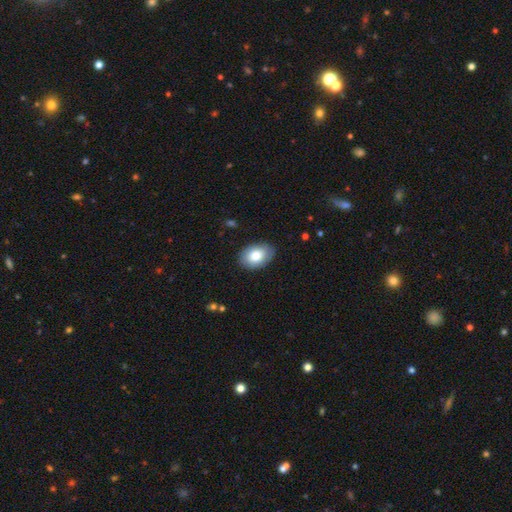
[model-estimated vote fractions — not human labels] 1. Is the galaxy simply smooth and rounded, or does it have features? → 81% smooth, 12% featured or disk, 6% star or artifact.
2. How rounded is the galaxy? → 86% in between, 13% round, 1% cigar-shaped.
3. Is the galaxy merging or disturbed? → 85% none, 11% minor disturbance, 2% major disturbance, 1% merger.